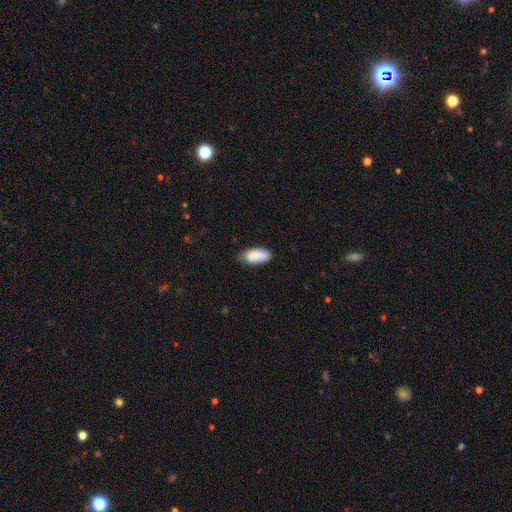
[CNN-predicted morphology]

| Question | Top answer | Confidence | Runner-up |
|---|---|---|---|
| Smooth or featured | smooth | 87% | star or artifact (7%) |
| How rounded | in between | 89% | cigar-shaped (9%) |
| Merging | none | 70% | minor disturbance (24%) |